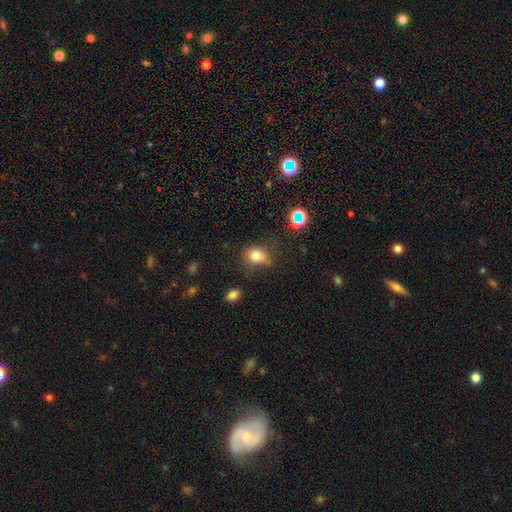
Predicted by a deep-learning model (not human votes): smooth-or-featured: smooth: 77% | star or artifact: 14% | featured or disk: 9%
  how-rounded: round: 57% | in between: 42% | cigar-shaped: 1%
  merging: none: 51% | minor disturbance: 28% | major disturbance: 13% | merger: 8%